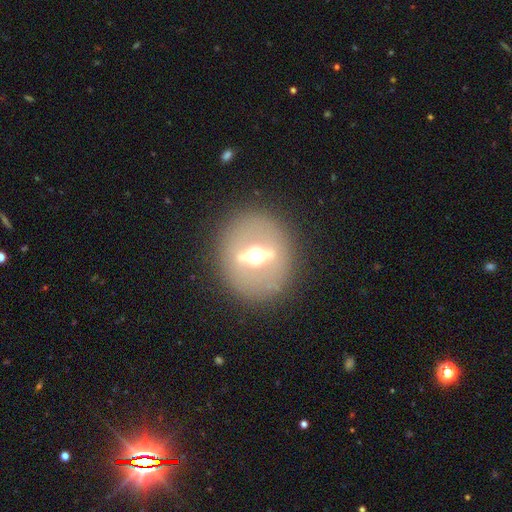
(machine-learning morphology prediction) This appears to be a featured or disk galaxy (72%). Merging: none (86%).